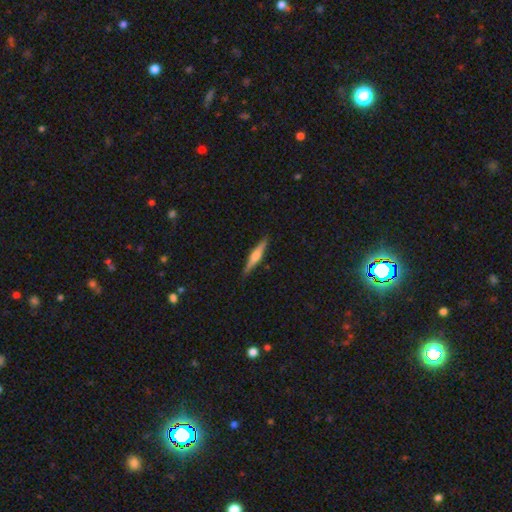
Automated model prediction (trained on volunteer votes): Morphology: type=featured or disk (58%); edge-on=yes (97%); edge-on bulge=rounded (79%); merging=none (88%).